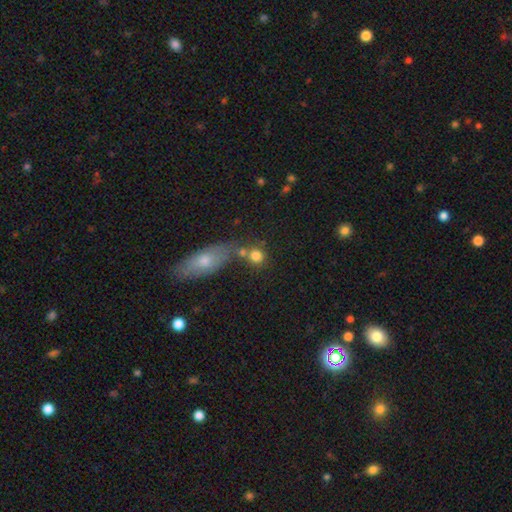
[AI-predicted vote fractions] The model was most divided on "merging": none: 55%, merger: 30%, minor disturbance: 10%, major disturbance: 5%. More confident: how rounded — round (83%); smooth or featured — smooth (80%).